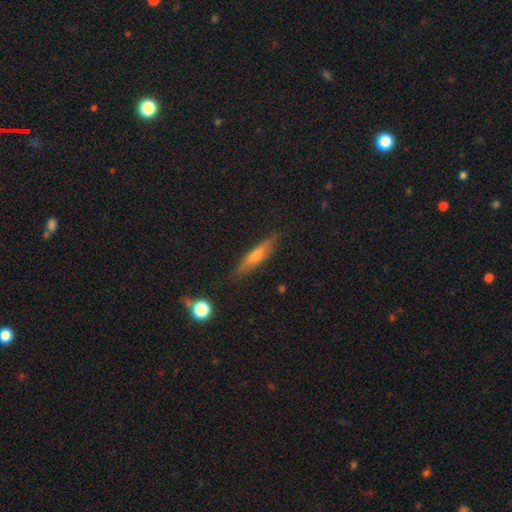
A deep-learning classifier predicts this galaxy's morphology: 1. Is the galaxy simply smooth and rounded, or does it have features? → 46% featured or disk, 45% smooth, 8% star or artifact.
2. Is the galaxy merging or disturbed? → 86% none, 10% minor disturbance, 2% major disturbance, 2% merger.